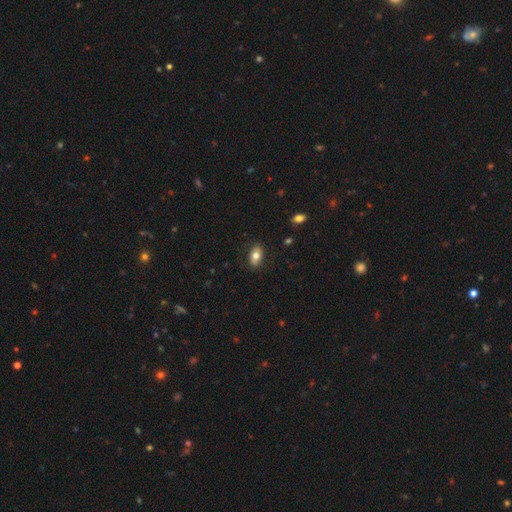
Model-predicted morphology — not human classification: This appears to be a smooth galaxy with no disk features (75%) that is in between round and cigar-shaped (88%). Merging: none (82%).